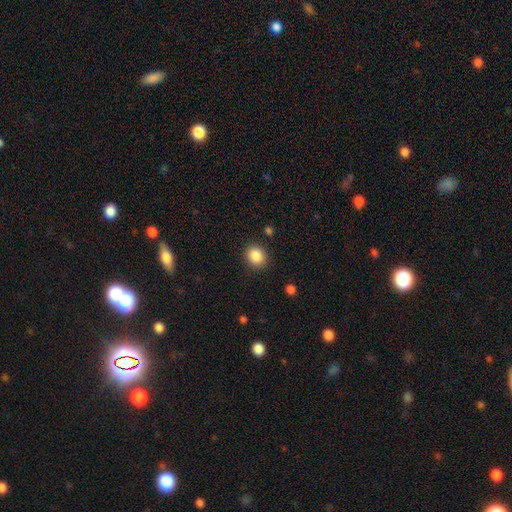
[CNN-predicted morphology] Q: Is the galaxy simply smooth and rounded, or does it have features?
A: smooth — 87%.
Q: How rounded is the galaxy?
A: round — 73%.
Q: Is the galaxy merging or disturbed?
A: none — 88%.